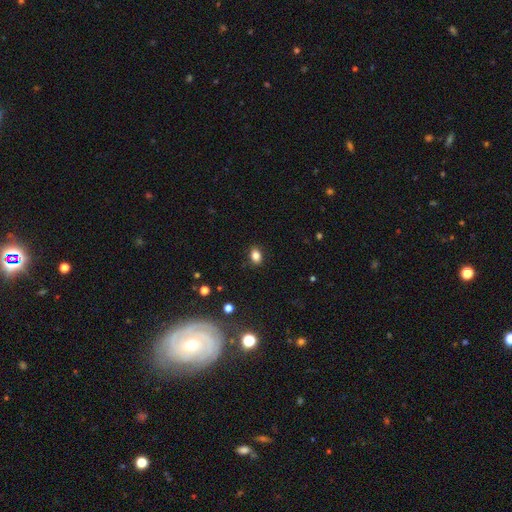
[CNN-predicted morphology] smooth_or_featured: smooth (p=0.83) [alt: star or artifact p=0.11]
how_rounded: in between (p=0.80) [alt: round p=0.19]
merging: none (p=0.87) [alt: minor disturbance p=0.09]